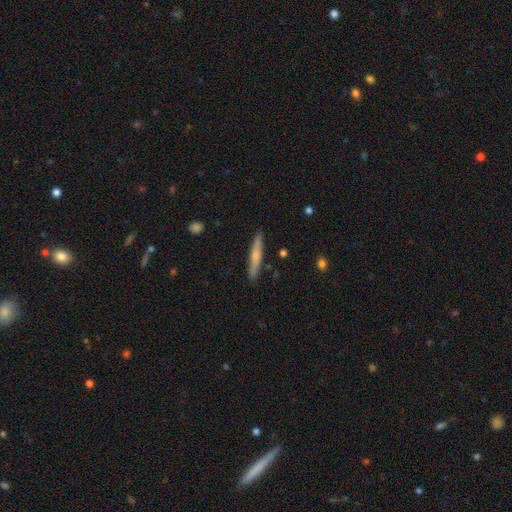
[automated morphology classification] smooth-or-featured: smooth: 57% | featured or disk: 38% | star or artifact: 6%
  how-rounded: cigar-shaped: 94% | in between: 5% | round: 1%
  merging: none: 89% | minor disturbance: 8% | major disturbance: 2% | merger: 1%